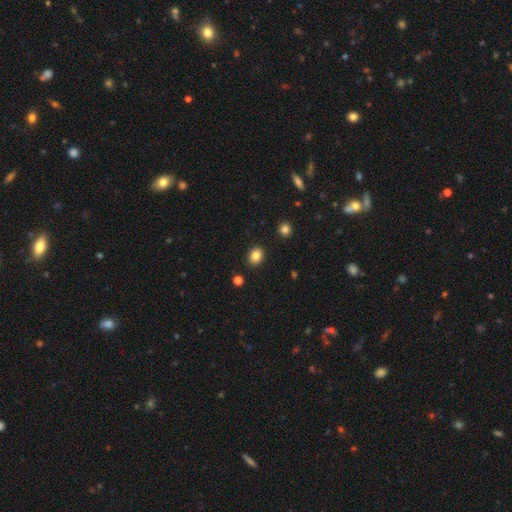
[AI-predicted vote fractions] This appears to be a smooth galaxy with no disk features (85%) that is in between round and cigar-shaped (51%). Merging: none (89%).